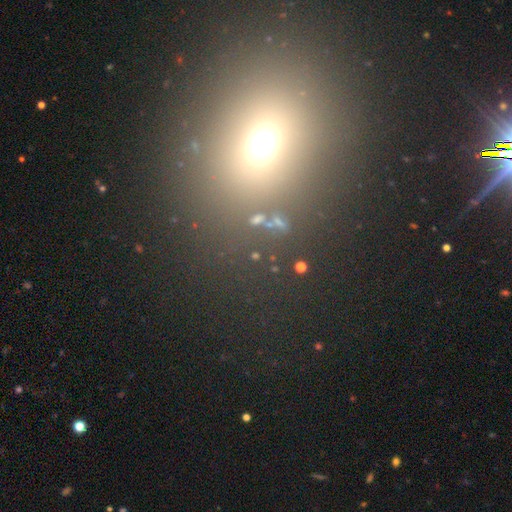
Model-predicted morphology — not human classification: This appears to be a smooth galaxy with no disk features (48%). Merging: none (81%).